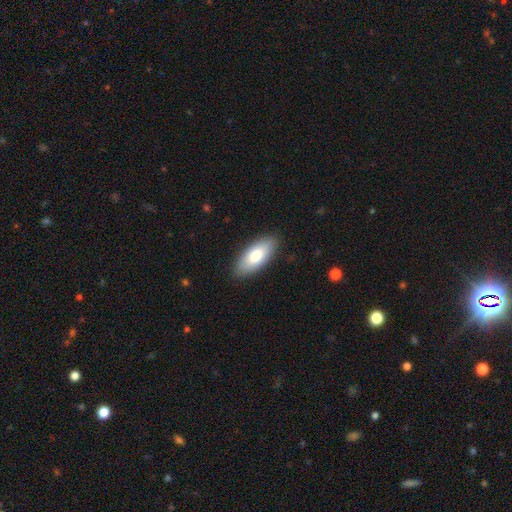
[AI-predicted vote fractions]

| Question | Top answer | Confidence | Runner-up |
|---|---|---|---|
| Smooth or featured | smooth | 78% | featured or disk (16%) |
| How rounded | in between | 86% | cigar-shaped (12%) |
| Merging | none | 88% | minor disturbance (9%) |